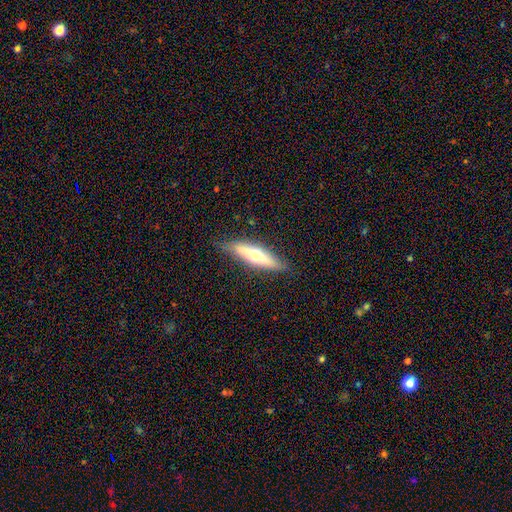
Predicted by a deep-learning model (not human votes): Q: Smooth or featured?
A: featured or disk (51%); runner-up: smooth (44%)
Q: Edge-on disk?
A: yes (88%); runner-up: no (12%)
Q: Merging?
A: none (83%); runner-up: minor disturbance (13%)